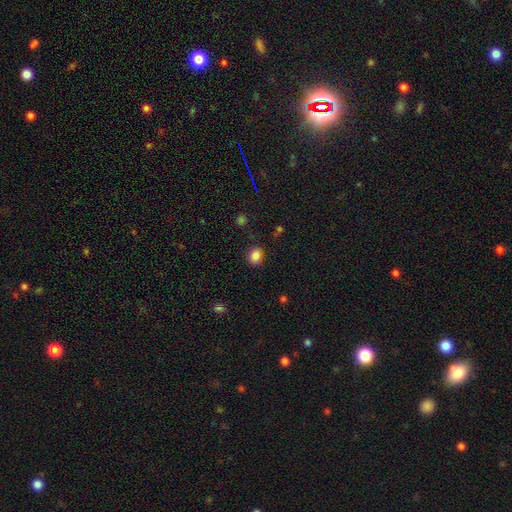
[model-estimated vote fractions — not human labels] A smooth galaxy with no disk features (84%) that is in between round and cigar-shaped (52%).

Vote fractions:
- Smooth or featured? smooth: 84% / star or artifact: 12% / featured or disk: 4%
- How rounded? in between: 52% / round: 47% / cigar-shaped: 1%
- Merging? none: 80% / minor disturbance: 15% / major disturbance: 4% / merger: 2%